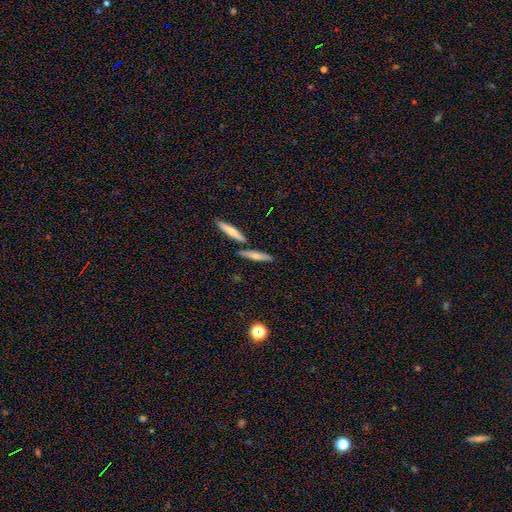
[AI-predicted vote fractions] A smooth galaxy with no disk features (57%) that is cigar-shaped (84%). Merging: none (75%).